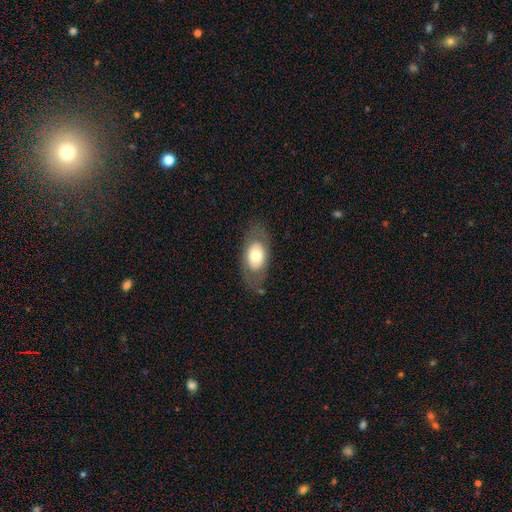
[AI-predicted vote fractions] smooth 56%, featured or disk 38%, star or artifact 6%. Down the decision tree: how rounded — in between (87%); merging — none (77%).